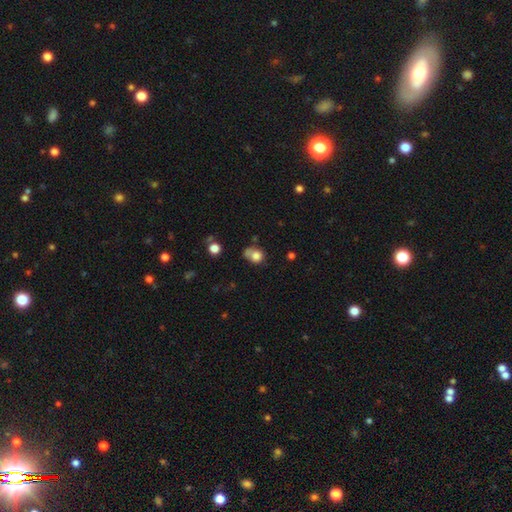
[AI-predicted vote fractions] Smooth or featured: smooth — 79% (star or artifact — 11%)
How rounded: round — 69% (in between — 30%)
Merging: none — 44% (minor disturbance — 25%)